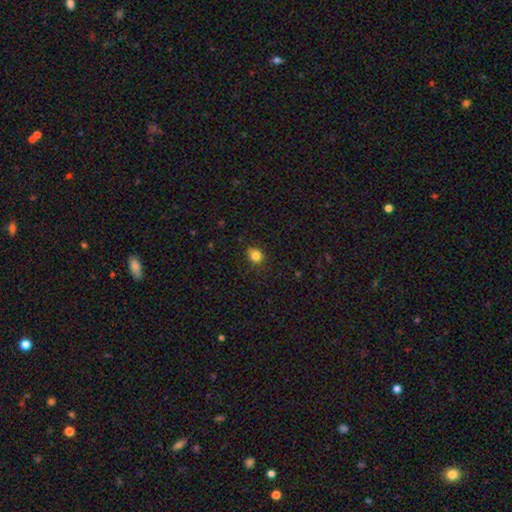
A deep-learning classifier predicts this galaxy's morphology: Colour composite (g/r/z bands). It shows a smooth galaxy with no disk features (81%) that is round (80%). Merging: none (80%).